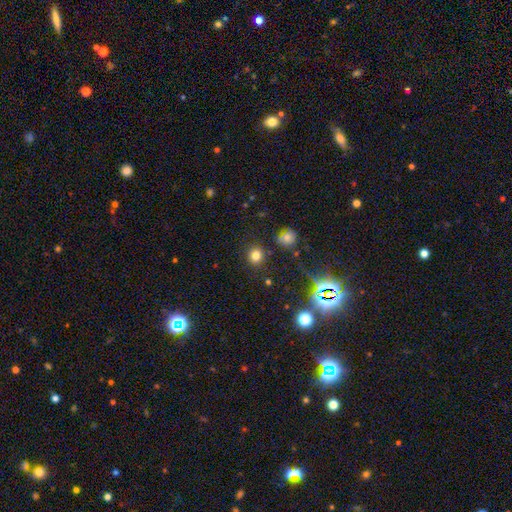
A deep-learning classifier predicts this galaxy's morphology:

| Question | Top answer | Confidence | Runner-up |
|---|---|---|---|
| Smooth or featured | smooth | 75% | star or artifact (18%) |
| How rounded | round | 86% | in between (13%) |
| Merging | none | 87% | minor disturbance (7%) |